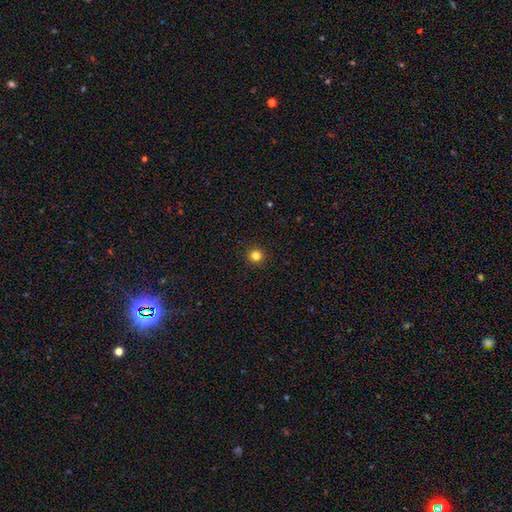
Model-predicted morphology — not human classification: Smooth or featured: smooth — 83% (star or artifact — 13%)
How rounded: round — 96% (in between — 3%)
Merging: none — 93% (minor disturbance — 4%)